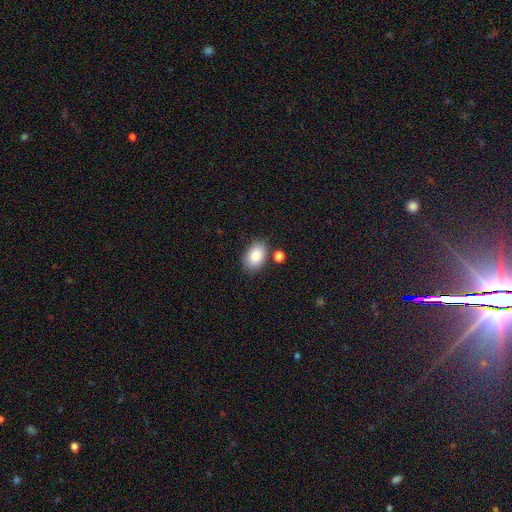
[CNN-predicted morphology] Overall: smooth (83%). How rounded: in between (85%). Merging: none (79%).